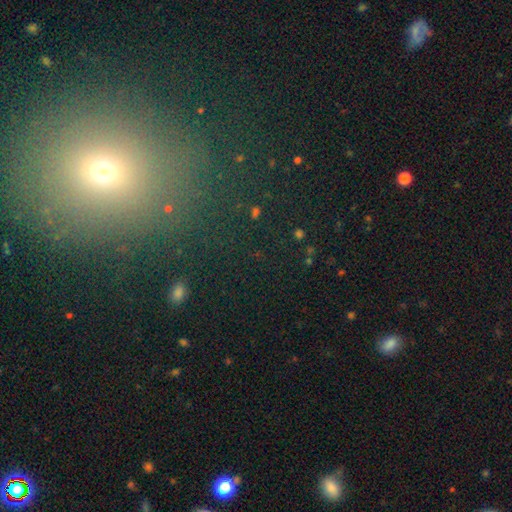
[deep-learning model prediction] Smooth or featured?
  - star or artifact: 50% *
  - smooth: 37%
  - featured or disk: 12%